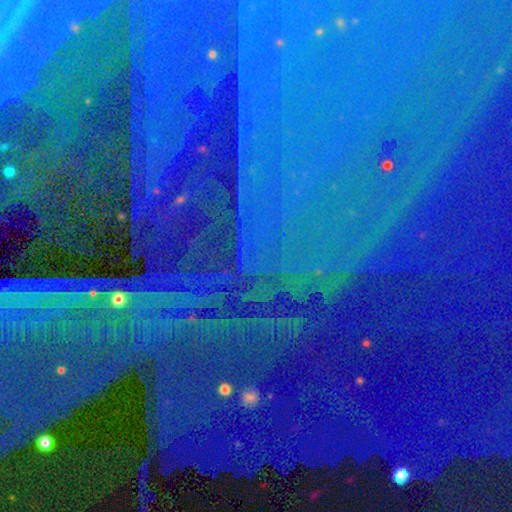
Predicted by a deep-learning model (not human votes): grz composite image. It shows a star or artifact, not a galaxy (89%).